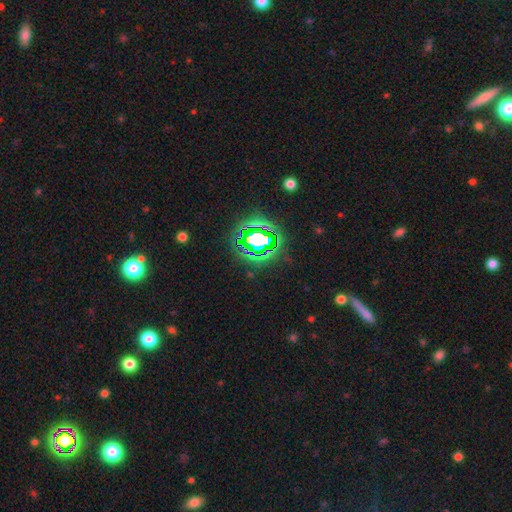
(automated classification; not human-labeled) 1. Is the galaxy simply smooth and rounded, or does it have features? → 77% star or artifact, 14% smooth, 9% featured or disk.